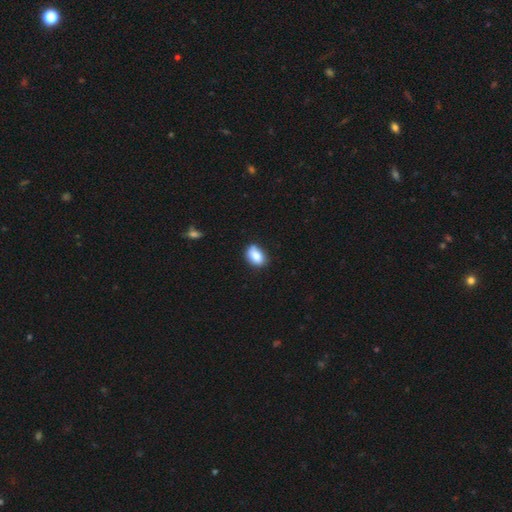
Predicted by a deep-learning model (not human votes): Morphology: type=smooth (84%); roundness=in between (81%); merging=none (67%).